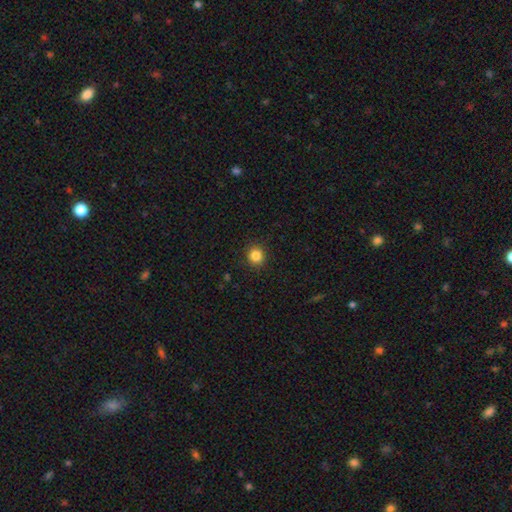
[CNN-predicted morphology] smooth 85%, star or artifact 11%, featured or disk 4%. Down the decision tree: how rounded — round (89%); merging — none (91%).